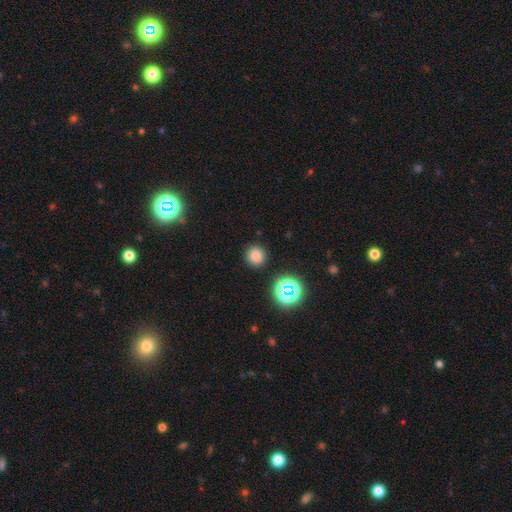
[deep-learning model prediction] Smooth or featured? Predicted: smooth (p=0.76). How rounded? Predicted: round (p=0.92). Merging? Predicted: none (p=0.89).